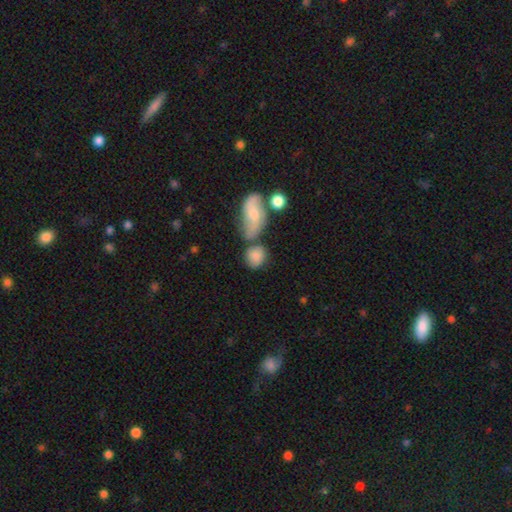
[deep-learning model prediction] The model was most divided on "merging": none: 51%, merger: 26%, minor disturbance: 16%, major disturbance: 7%. More confident: smooth or featured — smooth (78%); how rounded — round (66%).